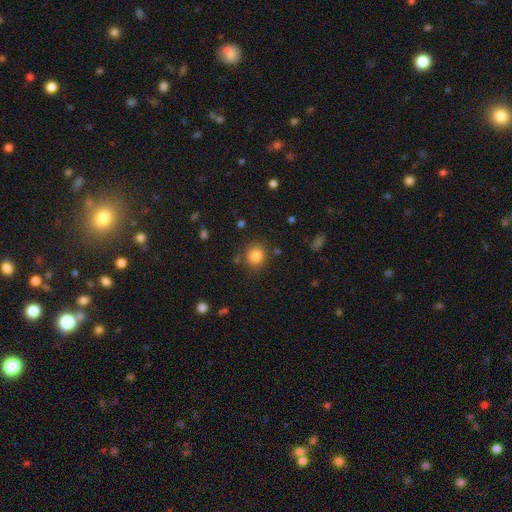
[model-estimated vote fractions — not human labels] The model was most divided on "how rounded": round: 84%, in between: 16%, cigar-shaped: 1%. More confident: smooth or featured — smooth (84%); merging — none (82%).